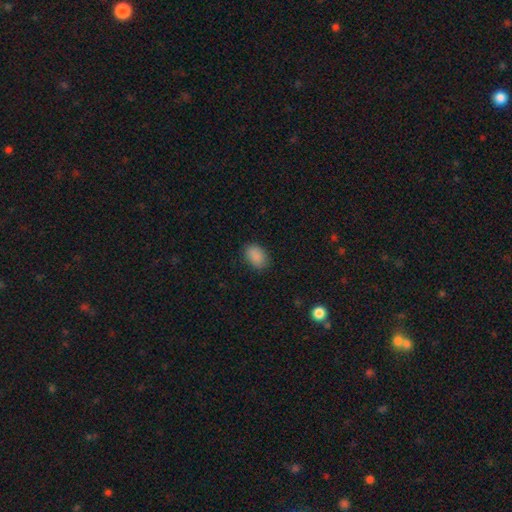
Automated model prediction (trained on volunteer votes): Smooth or featured? smooth (89%)
How rounded? in between (84%)
Merging? none (86%)